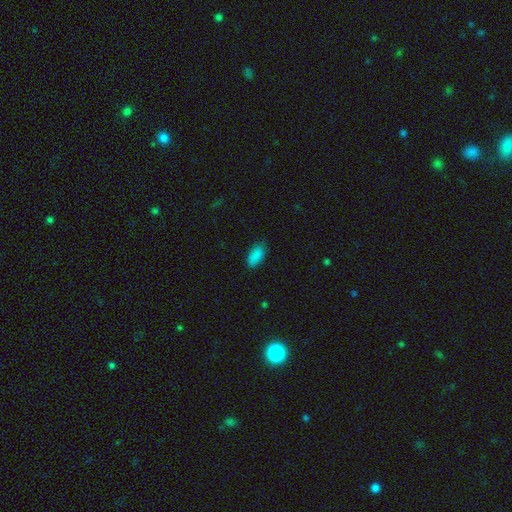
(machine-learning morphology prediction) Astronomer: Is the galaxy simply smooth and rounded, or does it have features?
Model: smooth — 88%.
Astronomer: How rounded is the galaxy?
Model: in between — 92%.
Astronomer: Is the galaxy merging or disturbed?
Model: none — 82%.